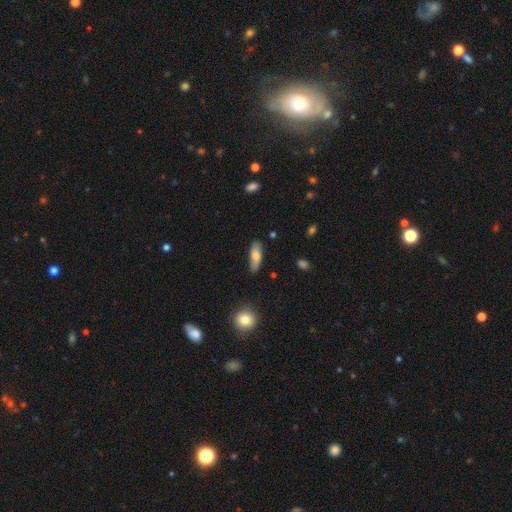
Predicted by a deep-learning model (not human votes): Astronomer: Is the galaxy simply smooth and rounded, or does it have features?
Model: smooth — 70%.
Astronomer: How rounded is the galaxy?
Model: in between — 66%.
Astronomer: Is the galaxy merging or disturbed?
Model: none — 78%.